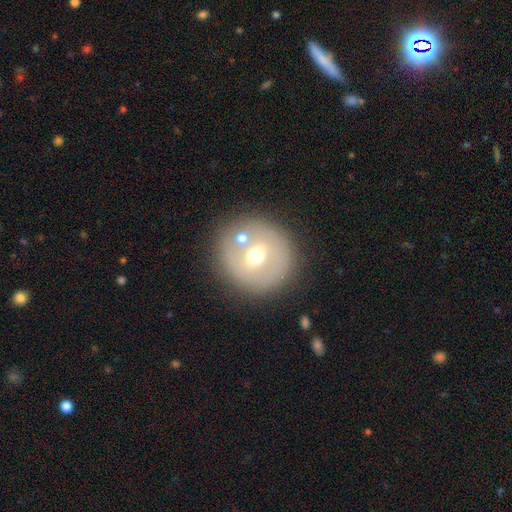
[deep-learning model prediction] This appears to be a smooth galaxy with no disk features (49%). Merging: none (76%).